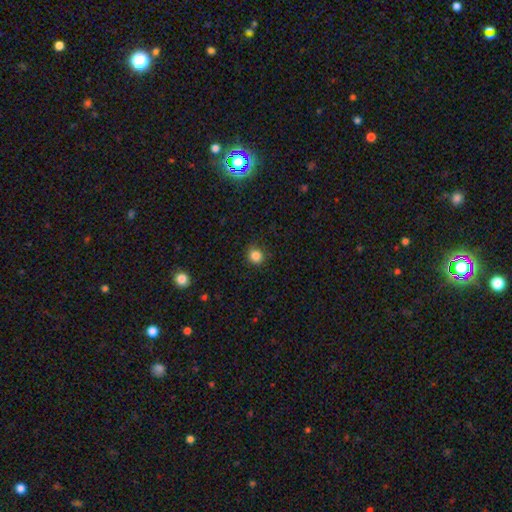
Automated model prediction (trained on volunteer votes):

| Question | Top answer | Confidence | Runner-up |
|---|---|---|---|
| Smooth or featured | smooth | 85% | star or artifact (11%) |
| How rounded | round | 86% | in between (13%) |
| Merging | none | 87% | minor disturbance (10%) |